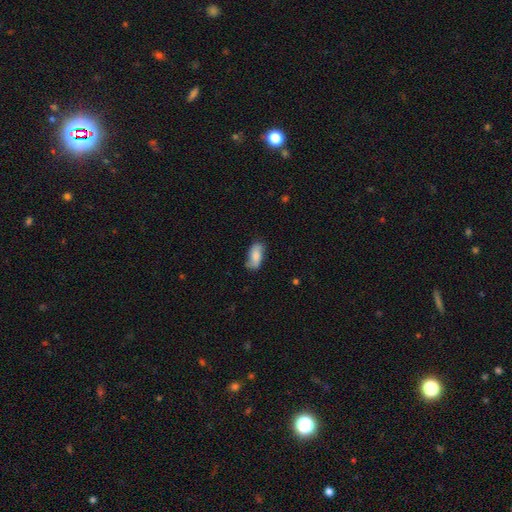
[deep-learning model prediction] This appears to be a smooth galaxy with no disk features (75%) that is in between round and cigar-shaped (87%). Merging: none (71%).